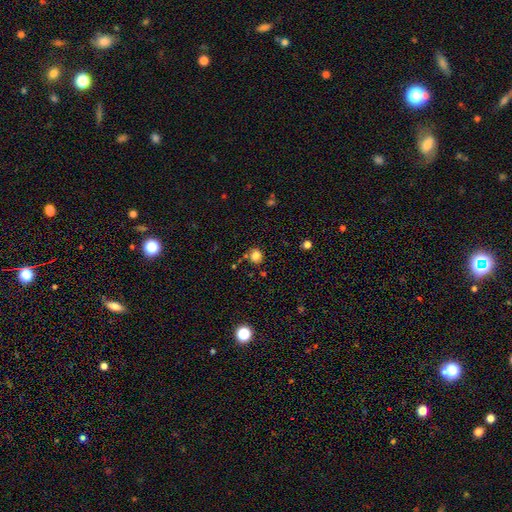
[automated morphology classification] Q: Smooth or featured?
A: smooth (82%); runner-up: star or artifact (13%)
Q: How rounded?
A: round (78%); runner-up: in between (21%)
Q: Merging?
A: none (77%); runner-up: minor disturbance (13%)